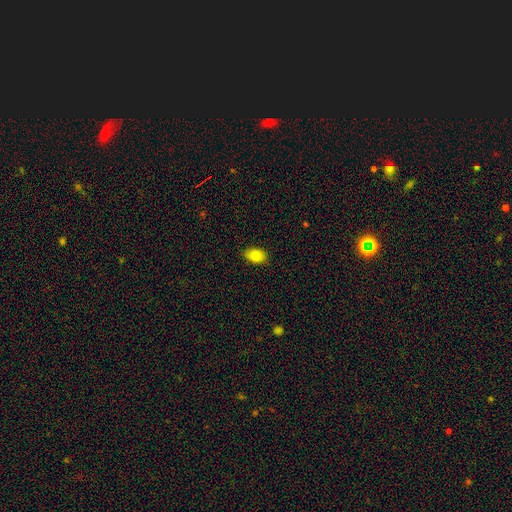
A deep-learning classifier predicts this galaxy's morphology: type=smooth (86%); roundness=in between (86%); merging=none (84%).